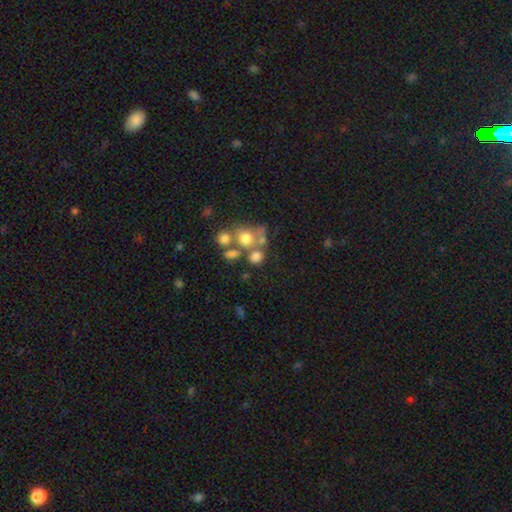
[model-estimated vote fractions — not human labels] A smooth galaxy with no disk features (57%) that is round (76%).

Vote fractions:
- Smooth or featured? smooth: 57% / featured or disk: 24% / star or artifact: 19%
- How rounded? round: 76% / in between: 23% / cigar-shaped: 1%
- Merging? none: 41% / merger: 40% / minor disturbance: 10% / major disturbance: 9%